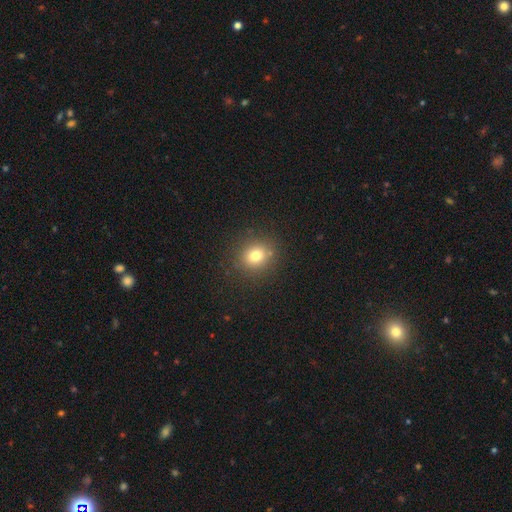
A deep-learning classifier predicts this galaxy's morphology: The model was most divided on "how rounded": round: 79%, in between: 20%, cigar-shaped: 1%. More confident: merging — none (85%); smooth or featured — smooth (77%).